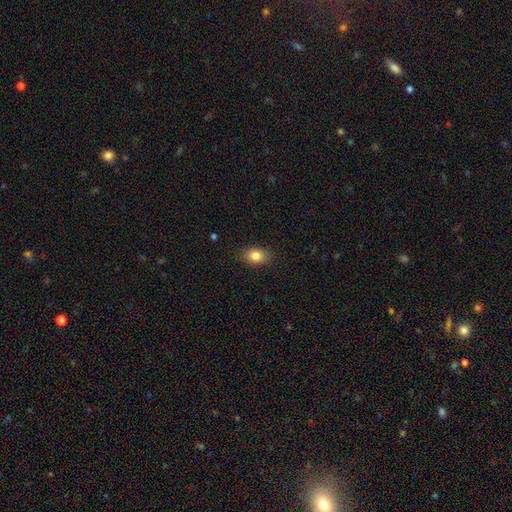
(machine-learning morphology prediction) A smooth galaxy with no disk features (83%) that is in between round and cigar-shaped (75%). Merging: none (87%).